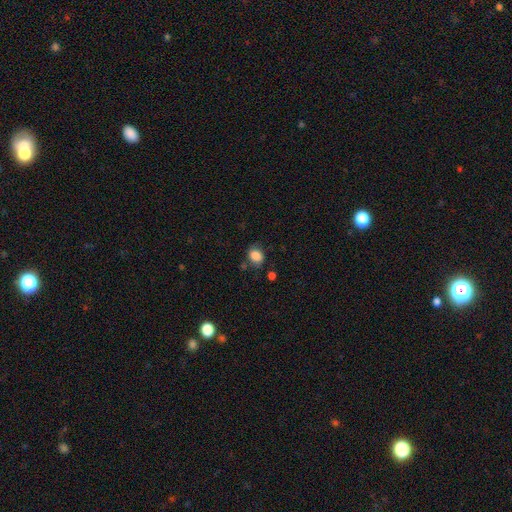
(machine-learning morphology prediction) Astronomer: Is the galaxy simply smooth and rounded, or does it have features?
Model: smooth — 84%.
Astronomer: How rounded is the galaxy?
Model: in between — 57% (runner-up: round, 42%).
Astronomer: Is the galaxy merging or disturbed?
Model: none — 71%.